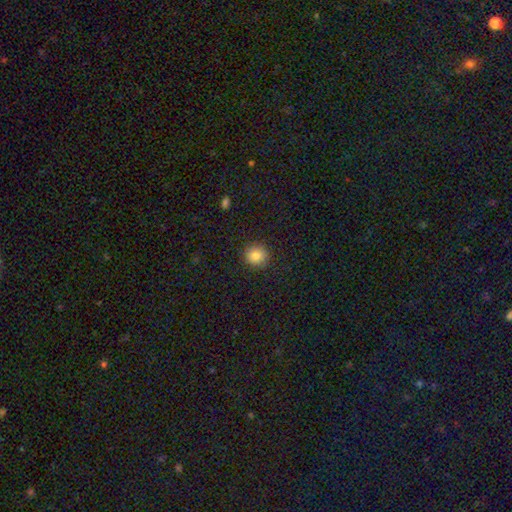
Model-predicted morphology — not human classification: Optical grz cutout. It shows a smooth galaxy with no disk features (84%) that is round (92%). Merging: none (91%).